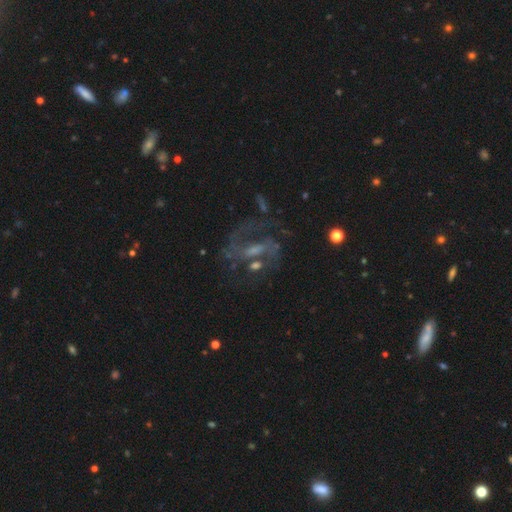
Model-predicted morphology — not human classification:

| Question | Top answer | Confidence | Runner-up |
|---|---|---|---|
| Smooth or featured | featured or disk | 77% | star or artifact (14%) |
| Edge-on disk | no | 94% | yes (6%) |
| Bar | weak | 42% | strong (40%) |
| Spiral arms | yes | 84% | no (16%) |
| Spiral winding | medium | 50% | loose (29%) |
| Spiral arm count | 2 | 73% | can't tell (14%) |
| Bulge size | small | 40% | moderate (29%) |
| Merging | none | 56% | major disturbance (22%) |